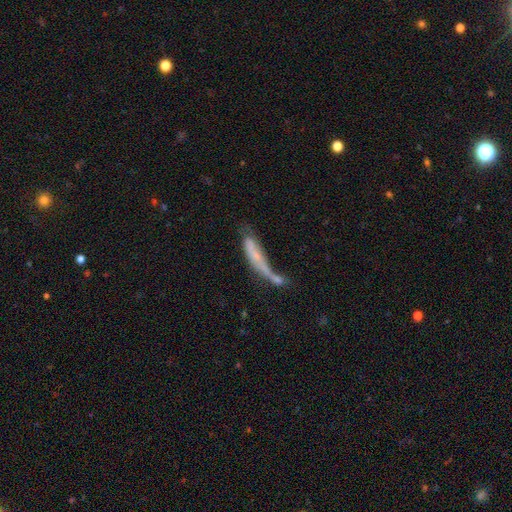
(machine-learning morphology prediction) Smooth or featured? Predicted: smooth (p=0.48). Merging? Predicted: merger (p=0.43).